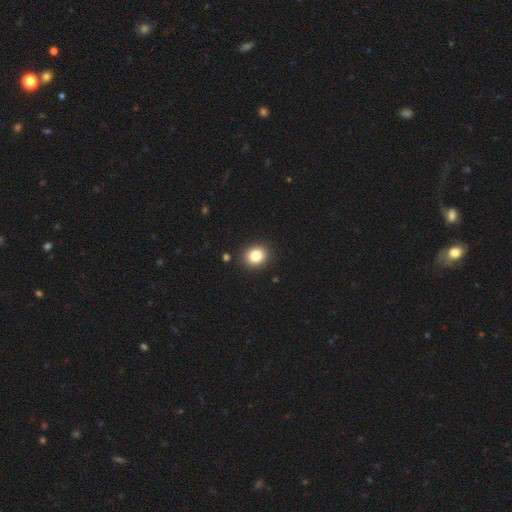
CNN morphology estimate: Q: Smooth or featured?
A: smooth (84%); runner-up: star or artifact (10%)
Q: How rounded?
A: round (66%); runner-up: in between (33%)
Q: Merging?
A: none (90%); runner-up: minor disturbance (6%)